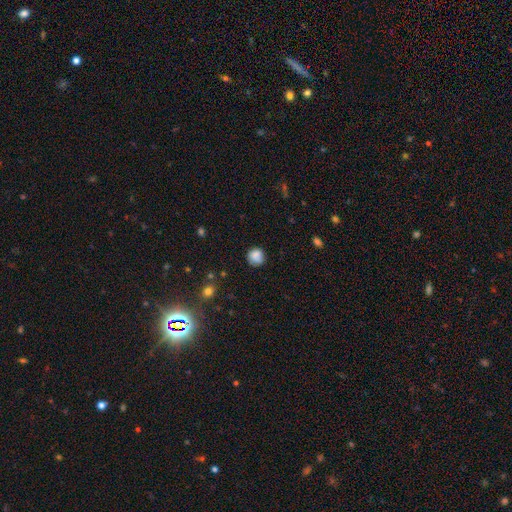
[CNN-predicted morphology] smooth-or-featured: smooth: 83% | star or artifact: 9% | featured or disk: 7%
  how-rounded: round: 86% | in between: 13% | cigar-shaped: 1%
  merging: none: 73% | minor disturbance: 20% | major disturbance: 5% | merger: 2%